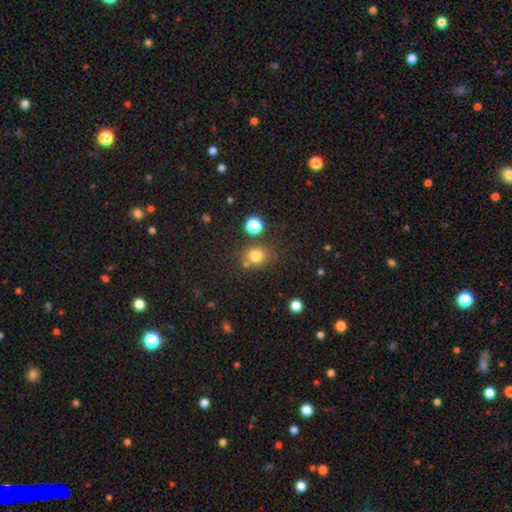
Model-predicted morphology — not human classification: Smooth or featured? Predicted: smooth (p=0.78). How rounded? Predicted: round (p=0.74). Merging? Predicted: none (p=0.67).